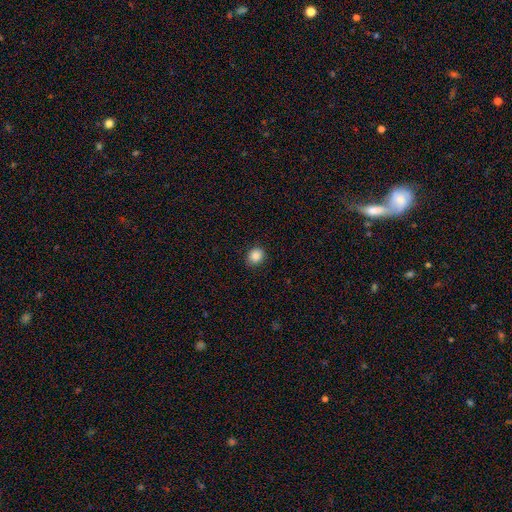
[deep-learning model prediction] Smooth or featured? smooth (87%)
How rounded? round (71%)
Merging? none (89%)